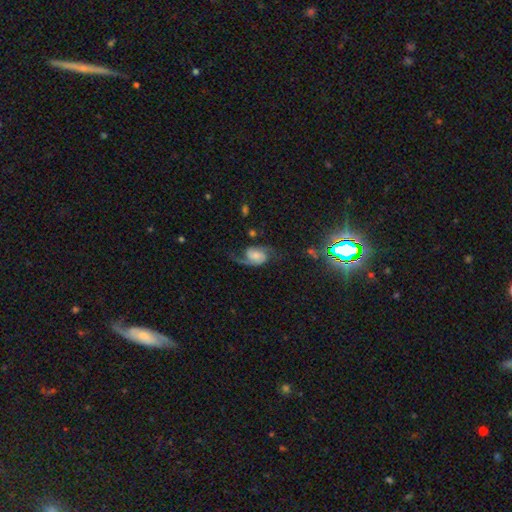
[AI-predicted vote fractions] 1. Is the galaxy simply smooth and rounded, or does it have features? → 79% featured or disk, 13% smooth, 8% star or artifact.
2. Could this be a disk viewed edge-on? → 97% no, 3% yes.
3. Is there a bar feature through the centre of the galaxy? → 56% no, 33% weak, 11% strong.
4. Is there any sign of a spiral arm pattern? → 96% yes, 4% no.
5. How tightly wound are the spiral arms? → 51% loose, 38% medium, 11% tight.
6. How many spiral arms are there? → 87% 2, 7% 1, 2% can't tell, 1% 3, 1% 4, 1% more than 4.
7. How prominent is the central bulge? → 30% small, 25% moderate, 22% none, 17% large, 6% dominant.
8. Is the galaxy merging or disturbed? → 60% none, 19% major disturbance, 19% minor disturbance, 3% merger.